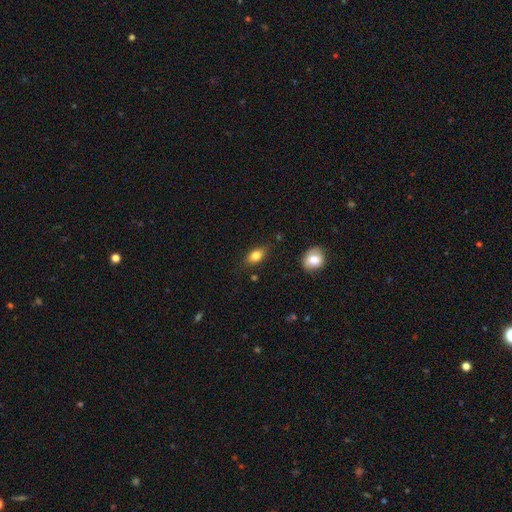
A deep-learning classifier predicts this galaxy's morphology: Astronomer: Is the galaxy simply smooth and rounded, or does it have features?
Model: smooth — 81%.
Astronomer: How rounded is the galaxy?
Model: in between — 84%.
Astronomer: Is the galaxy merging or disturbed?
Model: none — 77%.